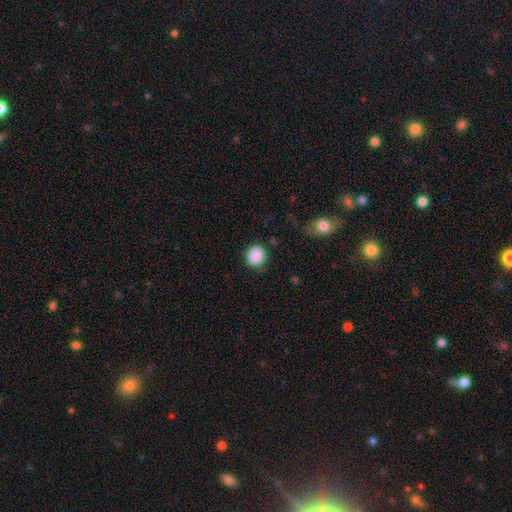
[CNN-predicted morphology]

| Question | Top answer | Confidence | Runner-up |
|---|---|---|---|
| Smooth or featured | smooth | 89% | star or artifact (8%) |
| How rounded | round | 86% | in between (13%) |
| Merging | none | 85% | minor disturbance (10%) |